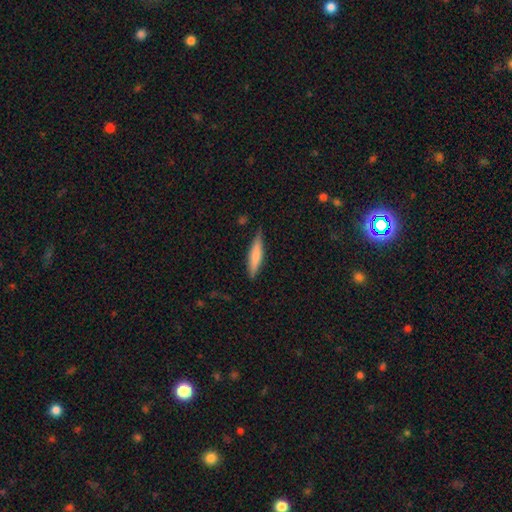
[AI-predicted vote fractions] Morphology: type=smooth (69%); roundness=cigar-shaped (84%); merging=none (82%).